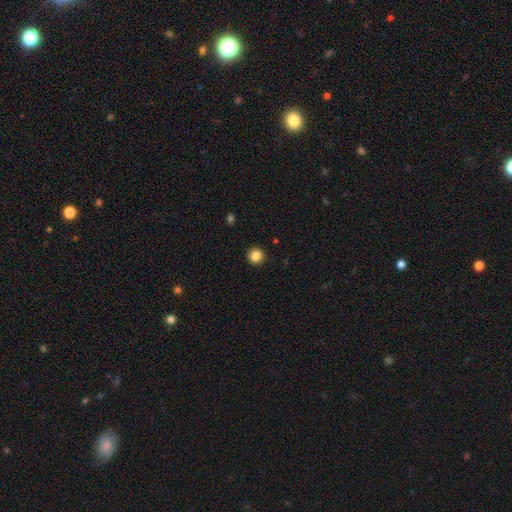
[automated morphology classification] The model was most divided on "smooth or featured": smooth: 84%, star or artifact: 10%, featured or disk: 5%. More confident: how rounded — round (94%); merging — none (93%).